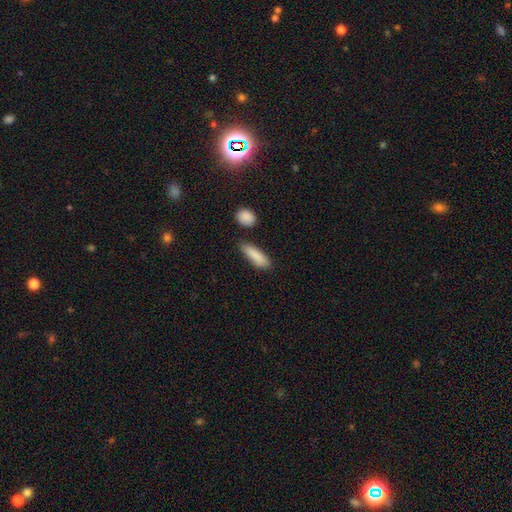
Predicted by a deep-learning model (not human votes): This is clearly a smooth galaxy (87%). How rounded: possibly cigar-shaped (54%). Merging: likely none (77%).